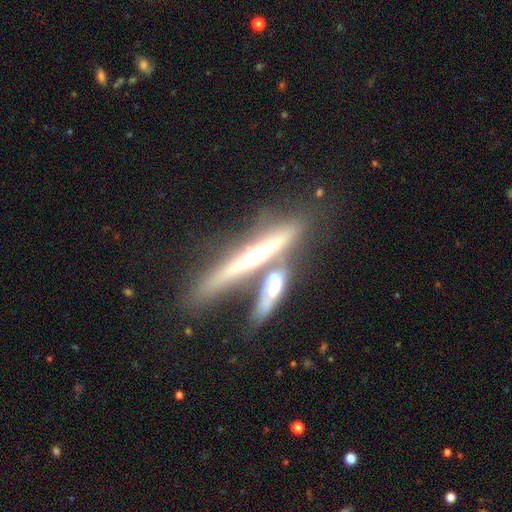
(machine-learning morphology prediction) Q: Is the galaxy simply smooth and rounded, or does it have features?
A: featured or disk — 75%.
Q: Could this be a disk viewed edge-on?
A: yes — 93%.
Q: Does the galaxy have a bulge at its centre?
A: rounded — 78%.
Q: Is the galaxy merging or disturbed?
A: none — 45%.